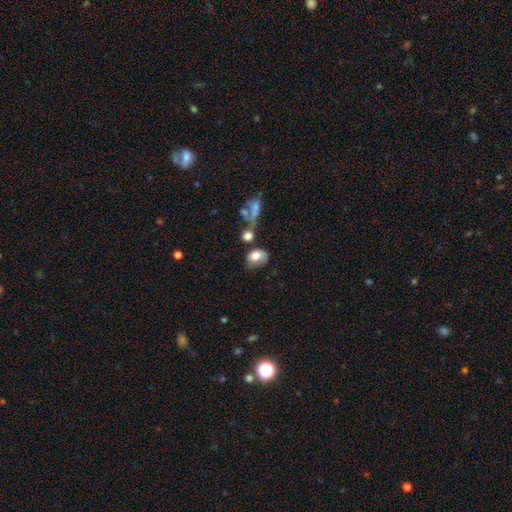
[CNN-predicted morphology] A smooth galaxy with no disk features (74%) that is in between round and cigar-shaped (72%).

Vote fractions:
- Smooth or featured? smooth: 74% / featured or disk: 17% / star or artifact: 9%
- How rounded? in between: 72% / round: 27% / cigar-shaped: 2%
- Merging? none: 40% / minor disturbance: 22% / merger: 22% / major disturbance: 15%